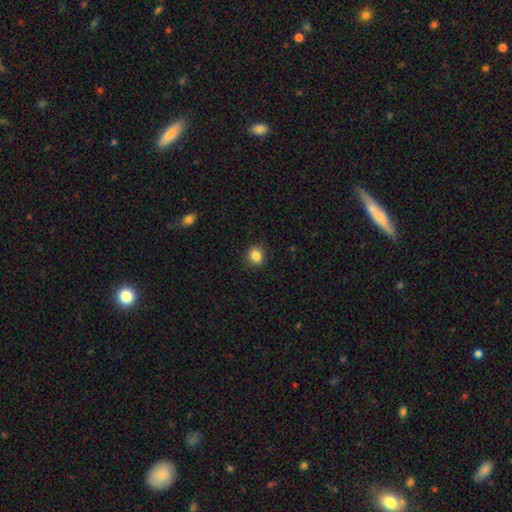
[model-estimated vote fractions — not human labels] Q: Smooth or featured?
A: smooth (86%); runner-up: star or artifact (10%)
Q: How rounded?
A: round (82%); runner-up: in between (17%)
Q: Merging?
A: none (88%); runner-up: minor disturbance (8%)